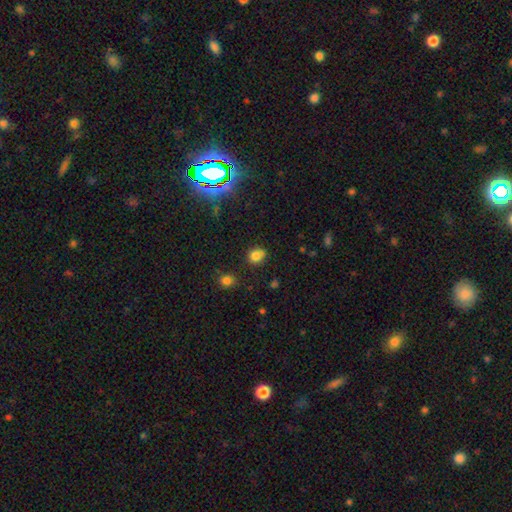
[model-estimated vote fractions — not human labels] smooth-or-featured: smooth: 78% | star or artifact: 16% | featured or disk: 7%
  how-rounded: round: 75% | in between: 24% | cigar-shaped: 1%
  merging: none: 68% | minor disturbance: 19% | merger: 8% | major disturbance: 5%